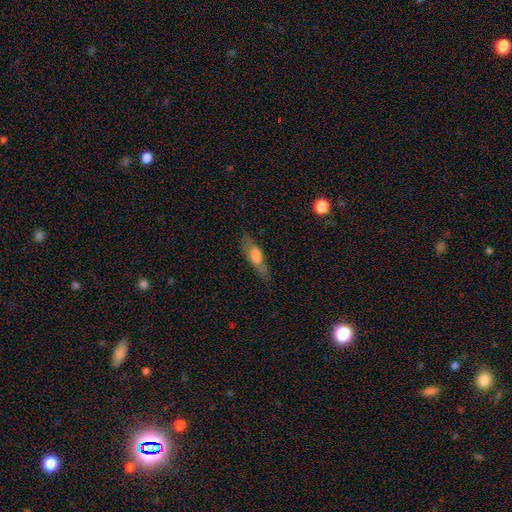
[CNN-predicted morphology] type=smooth (54%); roundness=cigar-shaped (57%); merging=none (72%).